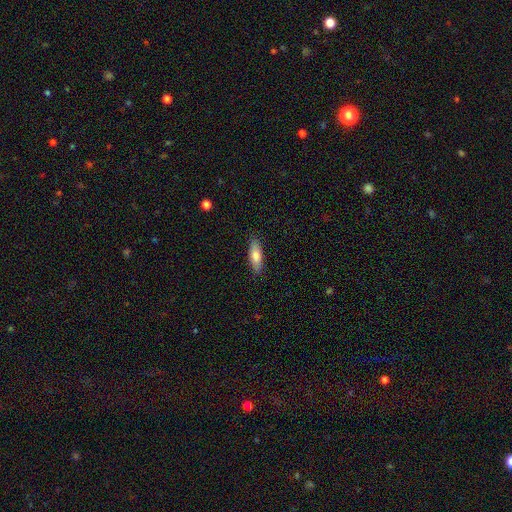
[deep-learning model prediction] A smooth galaxy with no disk features (75%) that is in between round and cigar-shaped (54%). Merging: none (87%).